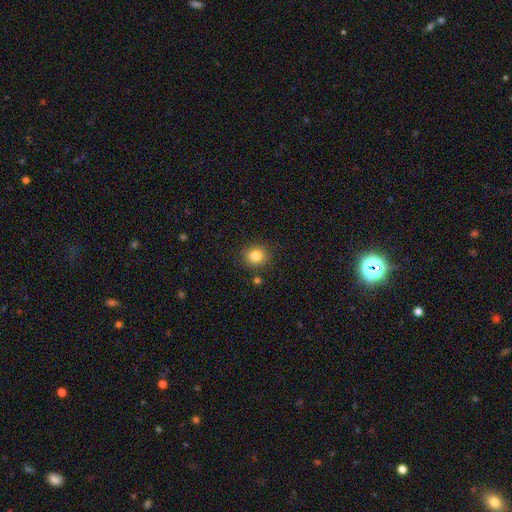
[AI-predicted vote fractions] A smooth galaxy with no disk features (82%) that is round (83%). Merging: none (86%).